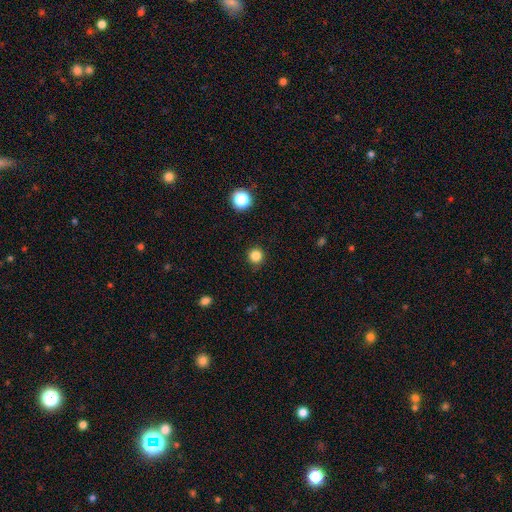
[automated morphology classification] Smooth or featured?
  - smooth: 84% *
  - star or artifact: 13%
  - featured or disk: 4%
How rounded?
  - round: 94% *
  - in between: 5%
  - cigar-shaped: 1%
Merging?
  - none: 89% *
  - minor disturbance: 8%
  - major disturbance: 2%
  - merger: 1%